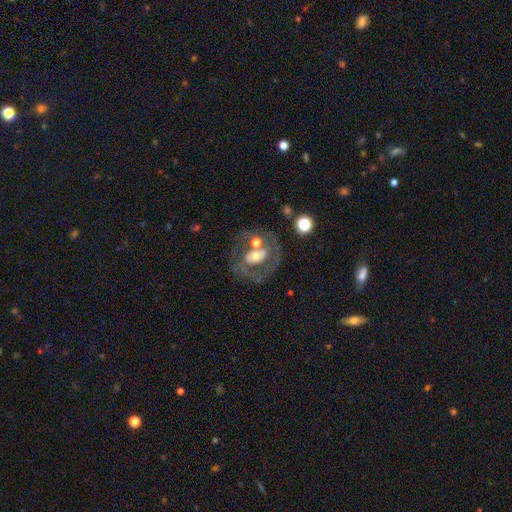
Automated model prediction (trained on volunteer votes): The model was most divided on "spiral arms": no: 62%, yes: 38%. More confident: edge-on disk — no (96%); bar — no (68%); smooth or featured — featured or disk (63%); bulge size — moderate (61%); merging — none (52%).